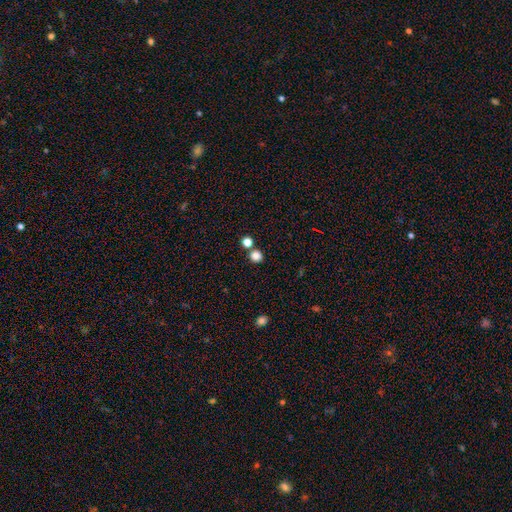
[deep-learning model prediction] Morphology: type=smooth (82%); roundness=round (88%); merging=none (76%).